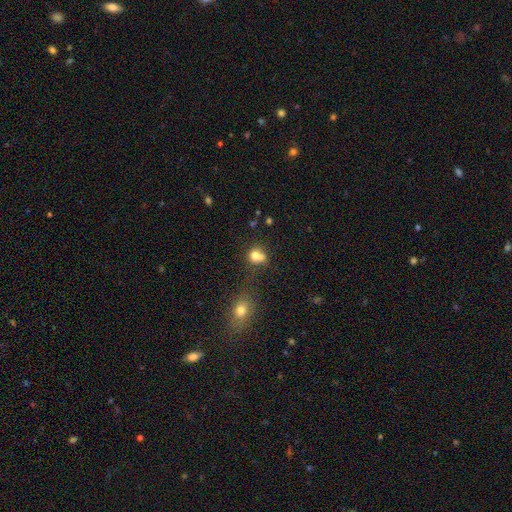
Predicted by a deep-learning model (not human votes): Overall: smooth (74%). How rounded: round (65%; in between 34%). Merging: merger (44%; none 34%).